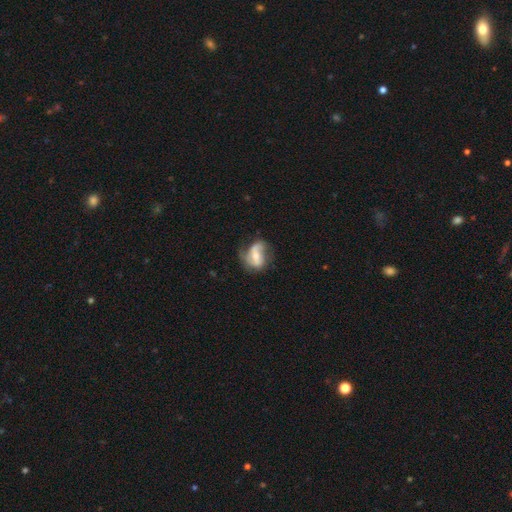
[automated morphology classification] Smooth or featured? Predicted: featured or disk (p=0.67). Edge-on disk? Predicted: no (p=0.96). Bar? Predicted: weak (p=0.40). Spiral arms? Predicted: yes (p=0.82). Spiral winding? Predicted: loose (p=0.43). Spiral arm count? Predicted: 2 (p=0.70). Bulge size? Predicted: moderate (p=0.53). Merging? Predicted: none (p=0.47).